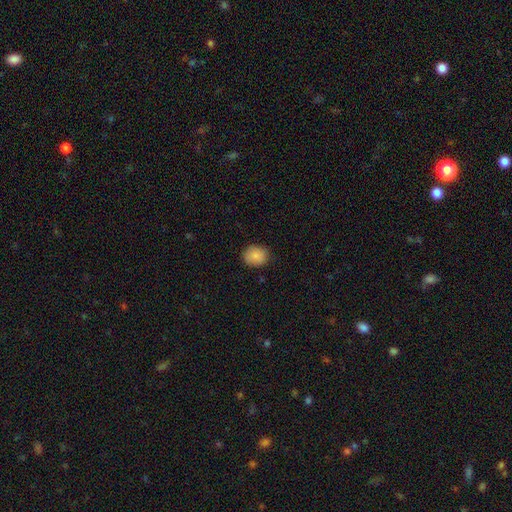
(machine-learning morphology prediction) Overall: smooth (86%). How rounded: round (62%; in between 37%). Merging: none (85%).